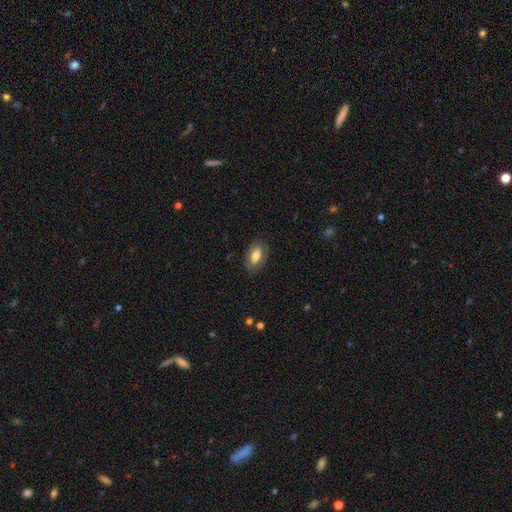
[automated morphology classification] smooth-or-featured: smooth: 70% | featured or disk: 23% | star or artifact: 7%
  how-rounded: in between: 92% | round: 5% | cigar-shaped: 3%
  merging: none: 82% | minor disturbance: 13% | major disturbance: 4% | merger: 1%